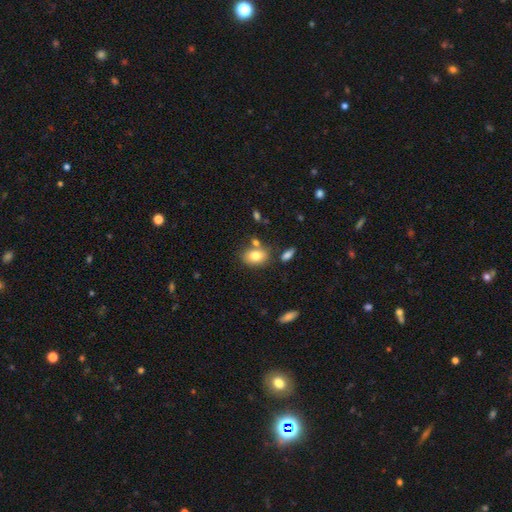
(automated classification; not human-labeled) smooth-or-featured: smooth: 80% | featured or disk: 11% | star or artifact: 8%
  how-rounded: in between: 80% | round: 19% | cigar-shaped: 1%
  merging: none: 67% | minor disturbance: 15% | merger: 14% | major disturbance: 4%